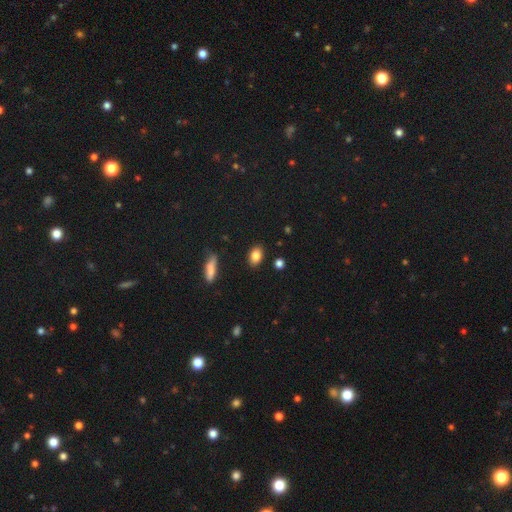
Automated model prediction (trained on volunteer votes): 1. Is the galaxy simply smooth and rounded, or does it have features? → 84% smooth, 9% star or artifact, 7% featured or disk.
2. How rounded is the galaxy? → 80% in between, 17% round, 3% cigar-shaped.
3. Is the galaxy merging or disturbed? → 86% none, 10% minor disturbance, 2% major disturbance, 2% merger.